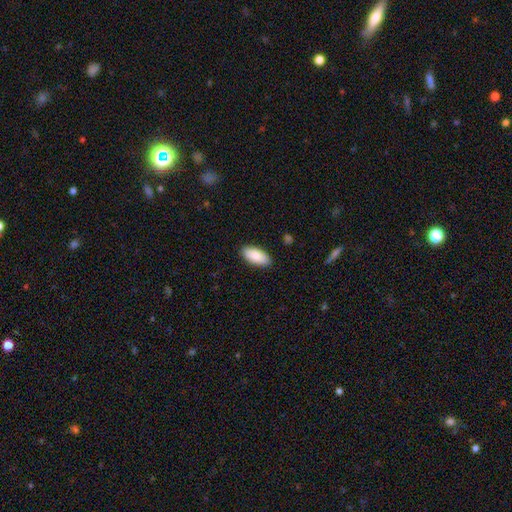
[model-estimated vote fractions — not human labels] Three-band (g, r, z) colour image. It shows a smooth galaxy with no disk features (88%) that is in between round and cigar-shaped (89%). Merging: none (89%).